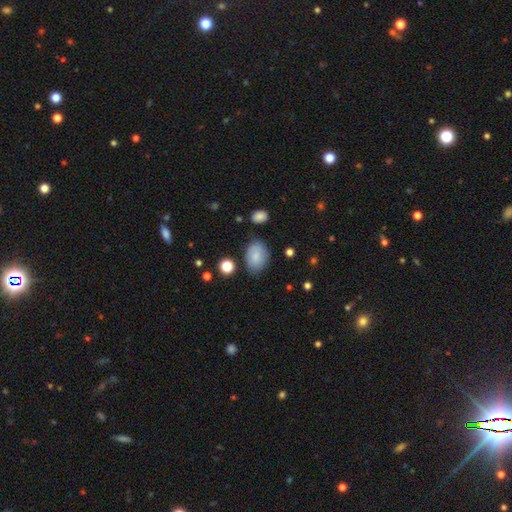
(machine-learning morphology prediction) Smooth or featured: smooth — 82% (featured or disk — 10%)
How rounded: in between — 82% (round — 17%)
Merging: none — 73% (minor disturbance — 19%)